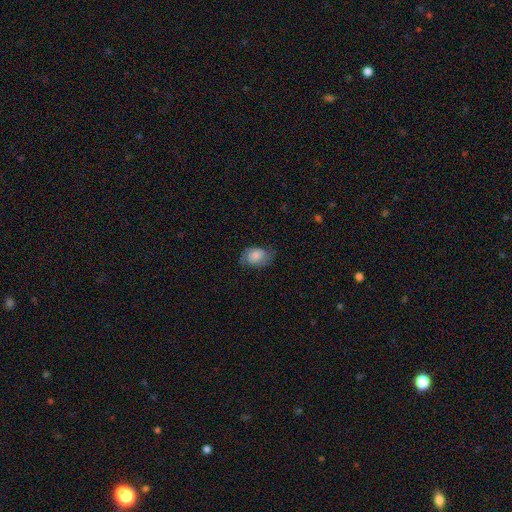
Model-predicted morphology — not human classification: A smooth galaxy with no disk features (62%) that is in between round and cigar-shaped (81%). Merging: none (66%).